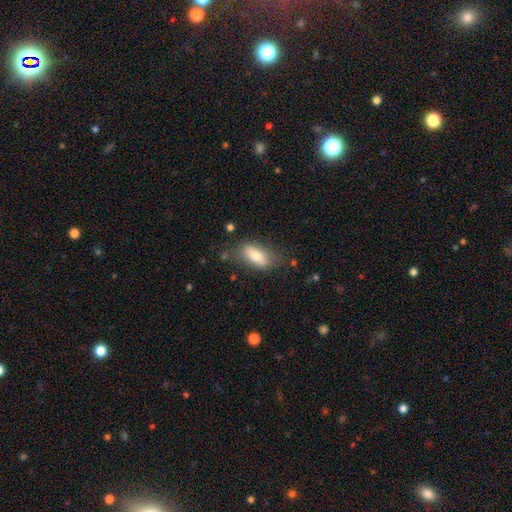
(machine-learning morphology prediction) The model was most divided on "merging": none: 70%, minor disturbance: 20%, major disturbance: 7%, merger: 3%. More confident: how rounded — in between (81%); smooth or featured — smooth (76%).